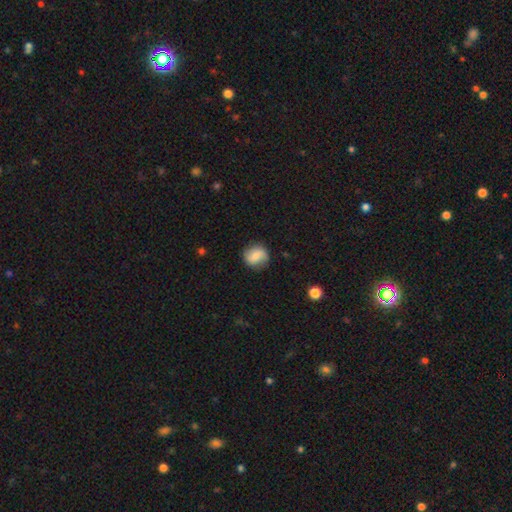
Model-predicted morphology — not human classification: Smooth or featured? smooth (64%)
How rounded? round (78%)
Merging? none (81%)